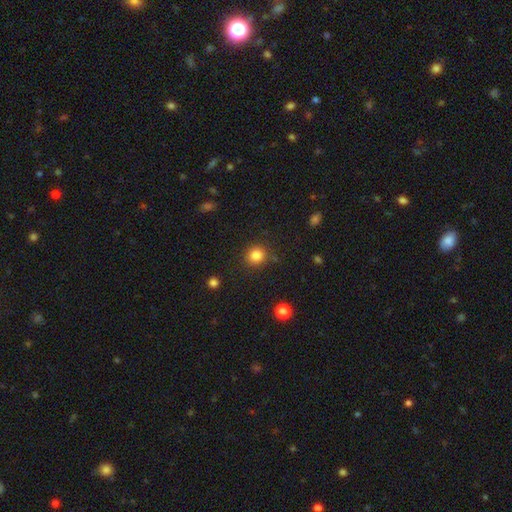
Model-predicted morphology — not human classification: smooth 84%, star or artifact 11%, featured or disk 4%. Down the decision tree: how rounded — round (88%); merging — none (86%).